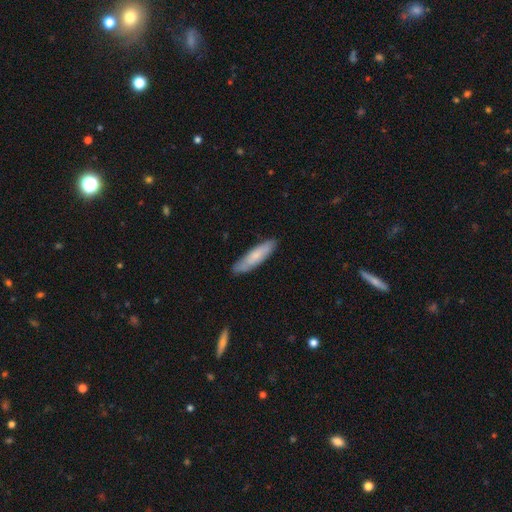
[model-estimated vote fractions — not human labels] A smooth galaxy with no disk features (69%) that is cigar-shaped (71%). Merging: none (82%).